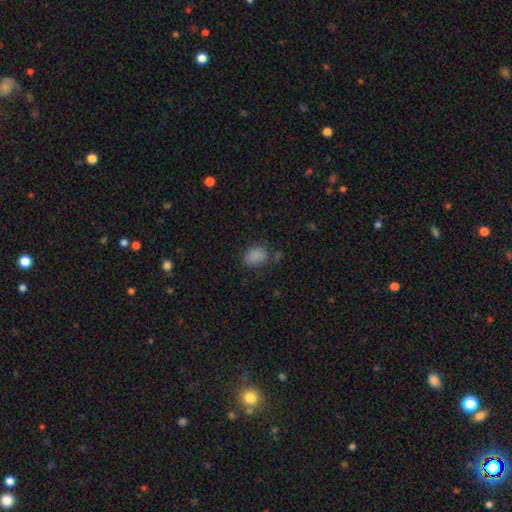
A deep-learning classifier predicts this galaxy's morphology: A smooth galaxy with no disk features (85%) that is in between round and cigar-shaped (73%). Merging: none (69%).